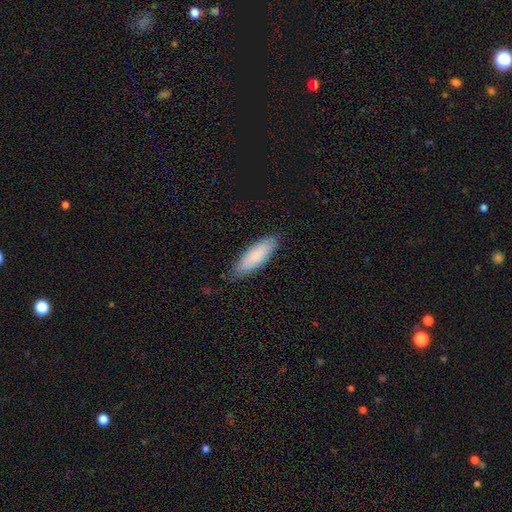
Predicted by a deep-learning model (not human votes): Smooth or featured? smooth (82%)
How rounded? in between (55%)
Merging? none (80%)